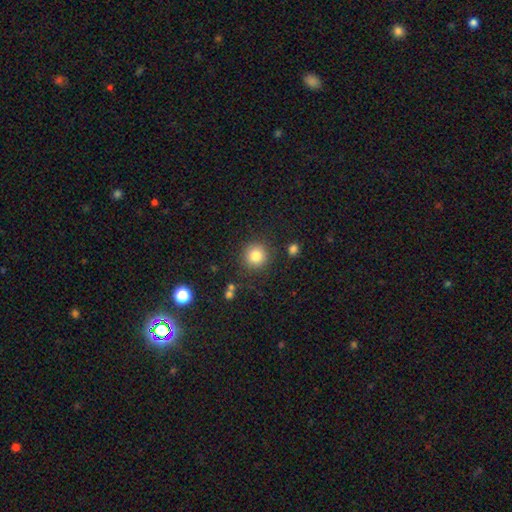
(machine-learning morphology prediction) smooth_or_featured: smooth (p=0.83) [alt: star or artifact p=0.11]
how_rounded: round (p=0.93) [alt: in between p=0.06]
merging: none (p=0.87) [alt: minor disturbance p=0.08]